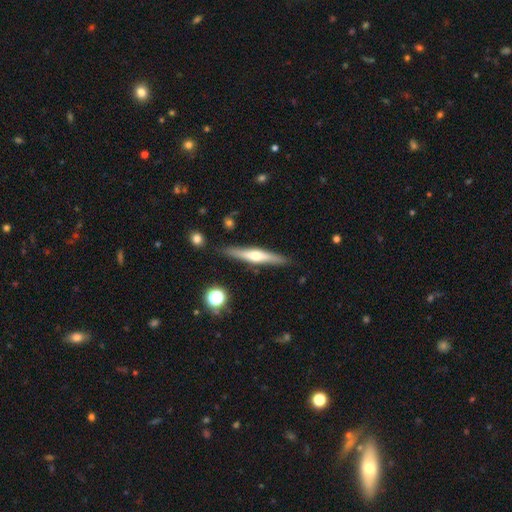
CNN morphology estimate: smooth_or_featured: featured or disk (p=0.61) [alt: smooth p=0.33]
disk_edge_on: yes (p=0.95) [alt: no p=0.05]
edge_on_bulge: rounded (p=0.88) [alt: none p=0.07]
merging: none (p=0.88) [alt: minor disturbance p=0.08]